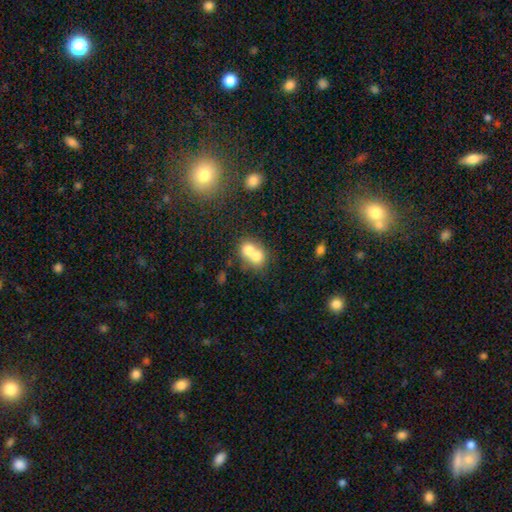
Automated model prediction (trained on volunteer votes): Overall: smooth (69%). How rounded: round (64%; in between 35%). Merging: merger (72%).